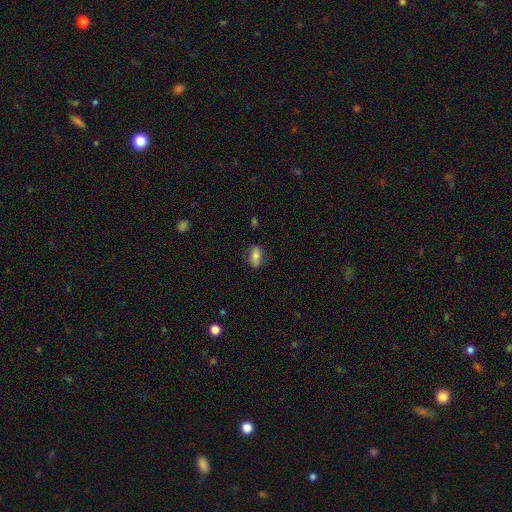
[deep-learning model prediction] This is likely a smooth galaxy (72%). How rounded: clearly in between (83%). Merging: likely none (74%).